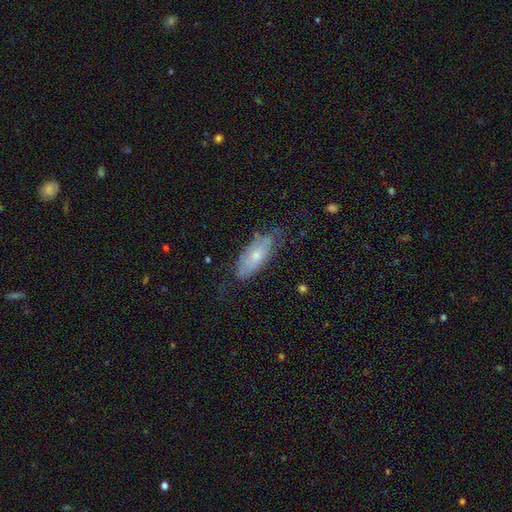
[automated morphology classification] Smooth or featured?
  - smooth: 52% *
  - featured or disk: 41%
  - star or artifact: 7%
How rounded?
  - in between: 76% *
  - cigar-shaped: 22%
  - round: 2%
Merging?
  - none: 62% *
  - minor disturbance: 27%
  - major disturbance: 10%
  - merger: 2%